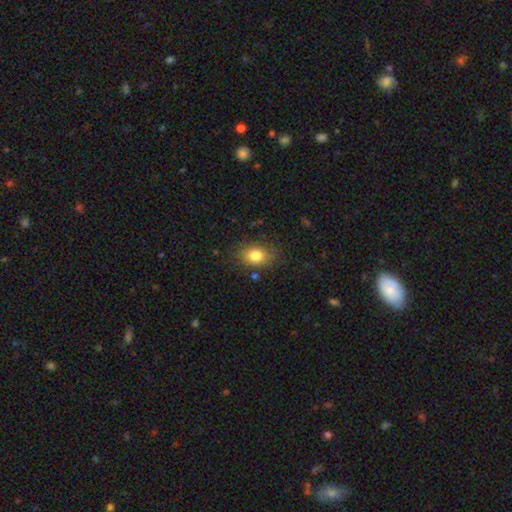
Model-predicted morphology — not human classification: The model was most divided on "how rounded": in between: 73%, round: 26%, cigar-shaped: 1%. More confident: smooth or featured — smooth (81%); merging — none (80%).